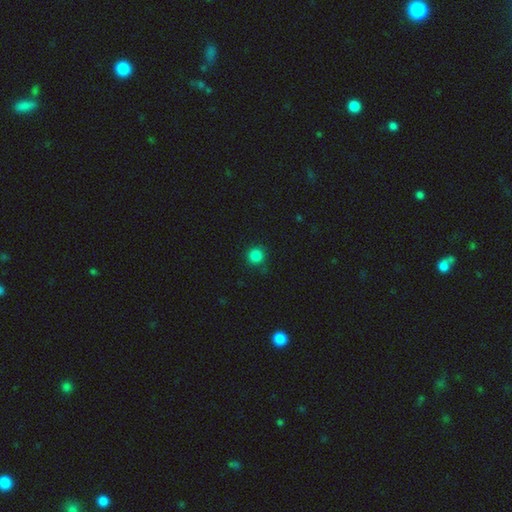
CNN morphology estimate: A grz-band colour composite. It shows a smooth galaxy with no disk features (84%) that is round (95%). Merging: none (89%).